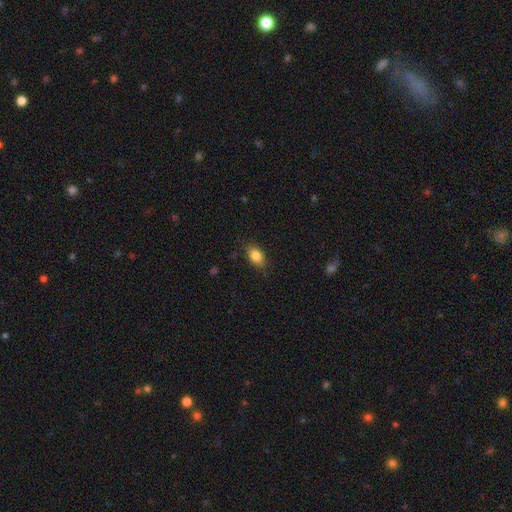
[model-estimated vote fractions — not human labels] Smooth or featured? Predicted: smooth (p=0.85). How rounded? Predicted: in between (p=0.85). Merging? Predicted: none (p=0.83).